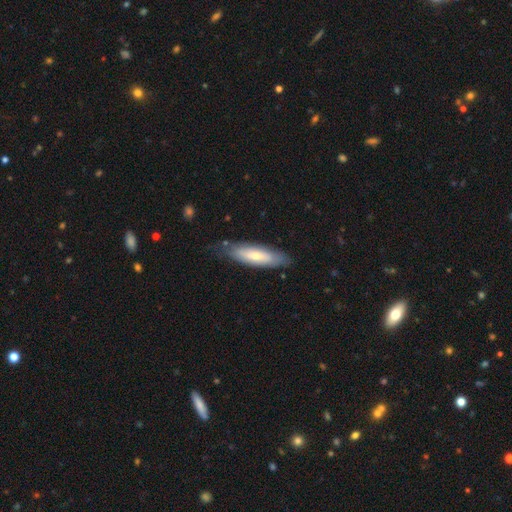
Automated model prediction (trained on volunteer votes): Smooth or featured?
  - smooth: 56% *
  - featured or disk: 38%
  - star or artifact: 6%
How rounded?
  - cigar-shaped: 52% *
  - in between: 46%
  - round: 2%
Merging?
  - none: 74% *
  - minor disturbance: 19%
  - major disturbance: 5%
  - merger: 2%